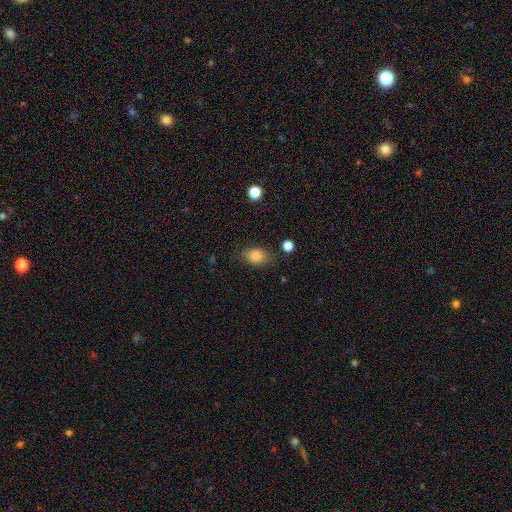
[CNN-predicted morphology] The model was most divided on "how rounded": in between: 78%, round: 21%, cigar-shaped: 2%. More confident: smooth or featured — smooth (84%); merging — none (79%).